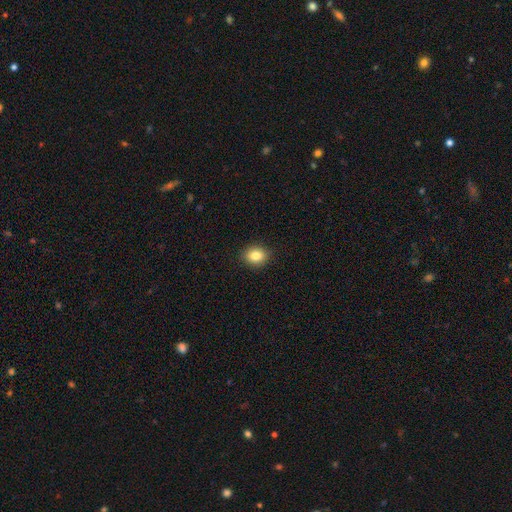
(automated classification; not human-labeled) Smooth or featured? Predicted: smooth (p=0.83). How rounded? Predicted: round (p=0.58). Merging? Predicted: none (p=0.90).